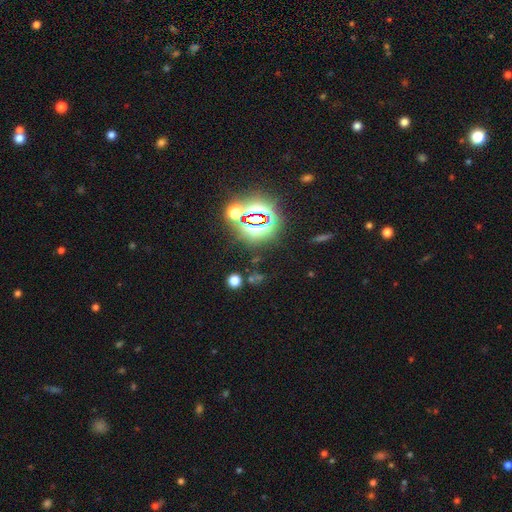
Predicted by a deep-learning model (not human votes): Smooth or featured? star or artifact (77%)